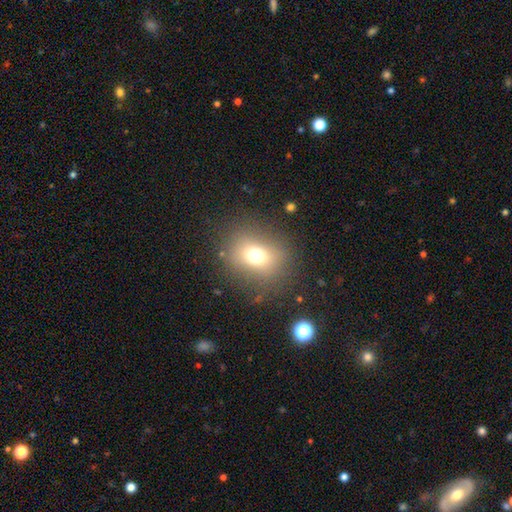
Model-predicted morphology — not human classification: Smooth or featured? Predicted: smooth (p=0.68). How rounded? Predicted: round (p=0.66). Merging? Predicted: none (p=0.80).